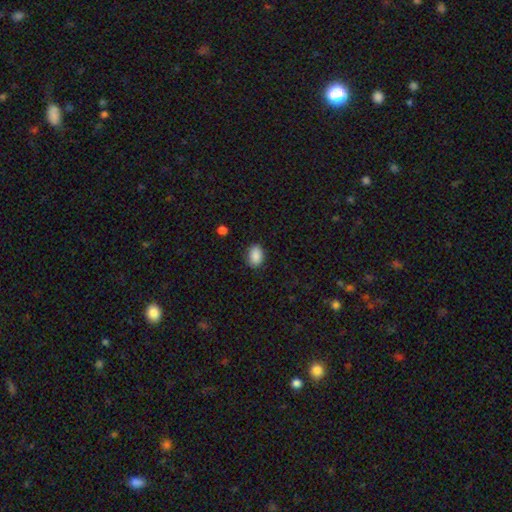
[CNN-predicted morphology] This appears to be a smooth galaxy with no disk features (89%) that is in between round and cigar-shaped (85%). Merging: none (86%).